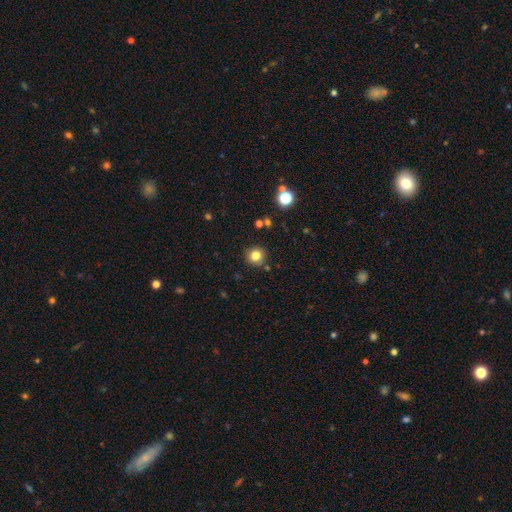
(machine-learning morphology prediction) A smooth galaxy with no disk features (81%) that is round (93%). Merging: none (87%).